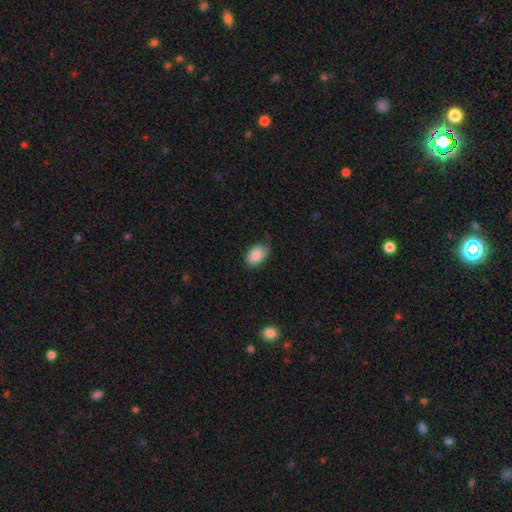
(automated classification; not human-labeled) Smooth or featured? smooth (88%)
How rounded? in between (90%)
Merging? none (78%)